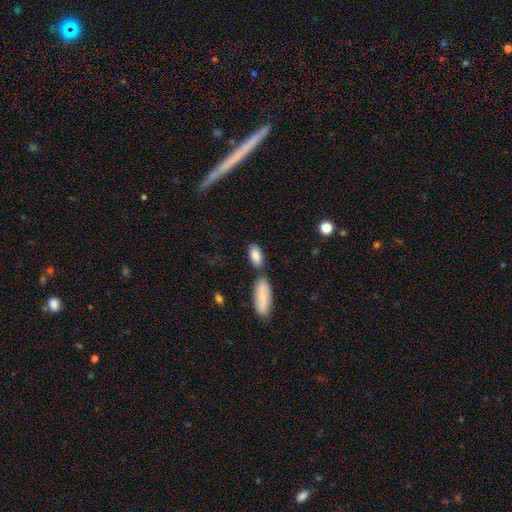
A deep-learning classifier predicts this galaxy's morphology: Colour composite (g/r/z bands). It shows a smooth galaxy with no disk features (85%) that is in between round and cigar-shaped (88%). Merging: none (60%).